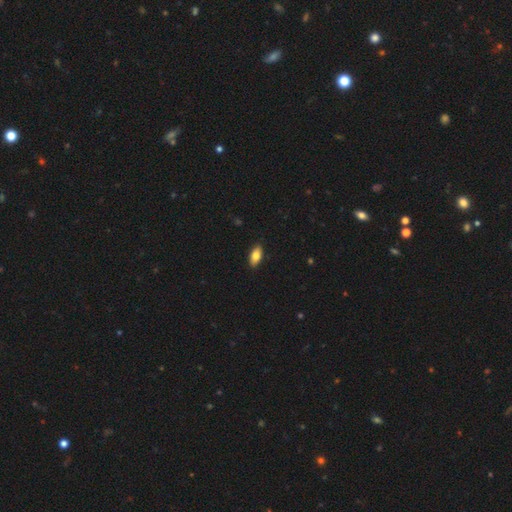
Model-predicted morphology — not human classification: Overall: smooth (79%). How rounded: in between (89%). Merging: none (88%).